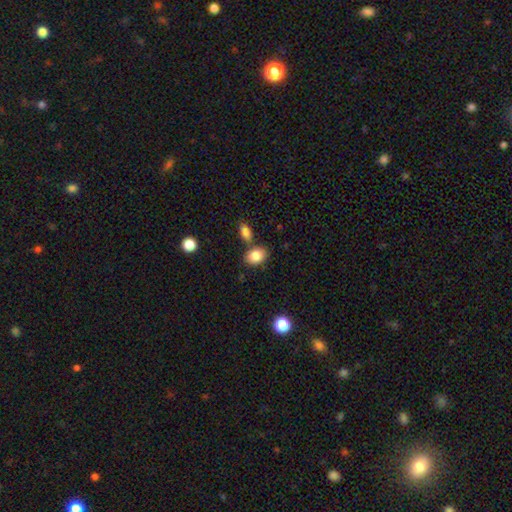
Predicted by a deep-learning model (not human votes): Overall: smooth (84%). How rounded: in between (73%). Merging: none (71%).